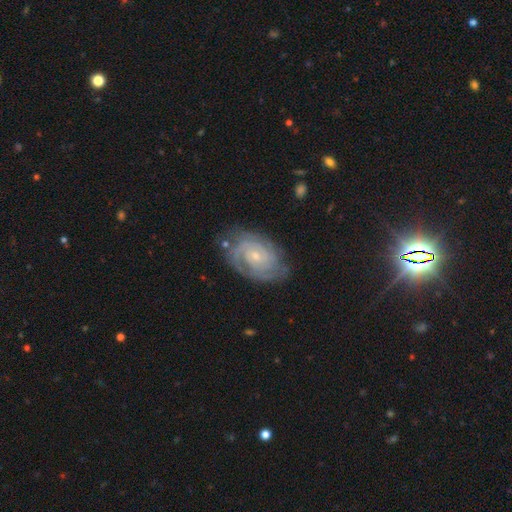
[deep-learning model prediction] smooth_or_featured: featured or disk (p=0.86) [alt: smooth p=0.08]
disk_edge_on: no (p=0.97) [alt: yes p=0.03]
bar: no (p=0.68) [alt: weak p=0.27]
has_spiral_arms: yes (p=0.97) [alt: no p=0.03]
spiral_winding: tight (p=0.73) [alt: medium p=0.22]
spiral_arm_count: 2 (p=0.42) [alt: can't tell p=0.23]
bulge_size: small (p=0.74) [alt: moderate p=0.22]
merging: none (p=0.75) [alt: minor disturbance p=0.18]